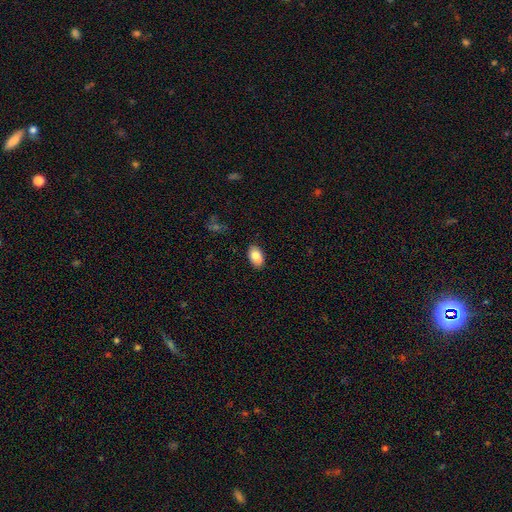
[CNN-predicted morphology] A smooth galaxy with no disk features (84%) that is in between round and cigar-shaped (92%).

Vote fractions:
- Smooth or featured? smooth: 84% / featured or disk: 9% / star or artifact: 7%
- How rounded? in between: 92% / round: 6% / cigar-shaped: 2%
- Merging? none: 85% / minor disturbance: 11% / major disturbance: 2% / merger: 2%